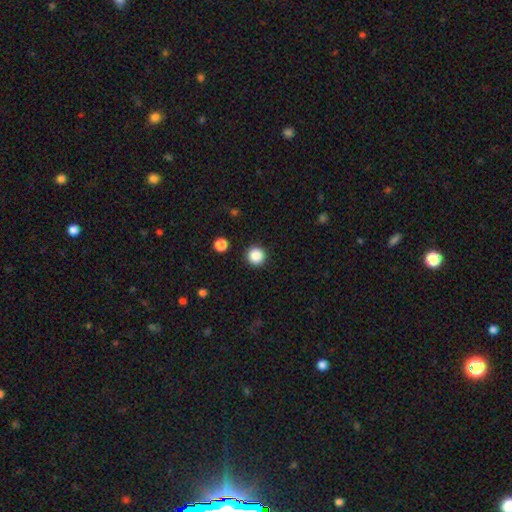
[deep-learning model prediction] The model was most divided on "smooth or featured": smooth: 87%, star or artifact: 10%, featured or disk: 3%. More confident: how rounded — round (96%); merging — none (92%).